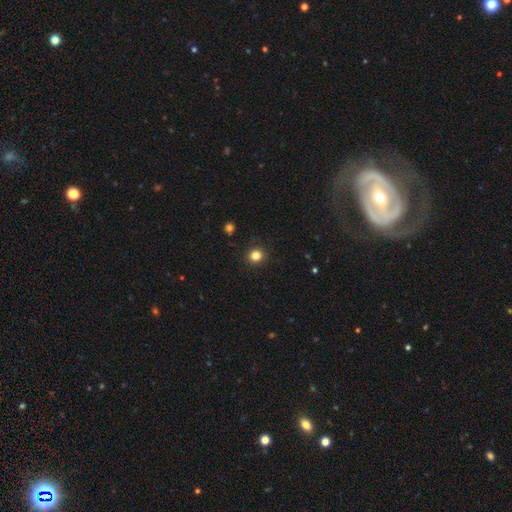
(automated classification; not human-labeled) Smooth or featured? Predicted: smooth (p=0.83). How rounded? Predicted: round (p=0.93). Merging? Predicted: none (p=0.92).